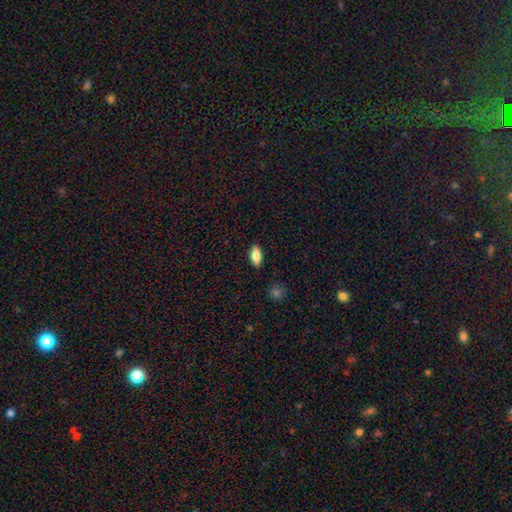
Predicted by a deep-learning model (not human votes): This appears to be a smooth galaxy with no disk features (81%) that is in between round and cigar-shaped (88%). Merging: none (88%).